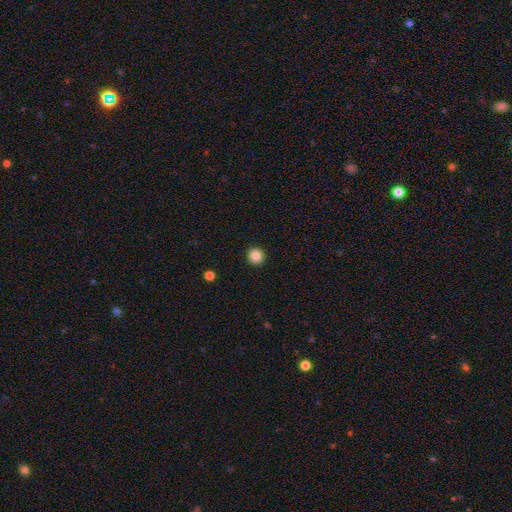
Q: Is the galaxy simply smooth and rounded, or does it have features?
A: smooth — 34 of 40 (85%).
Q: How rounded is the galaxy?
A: round — 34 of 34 (100%).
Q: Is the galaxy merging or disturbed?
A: none — 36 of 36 (100%).